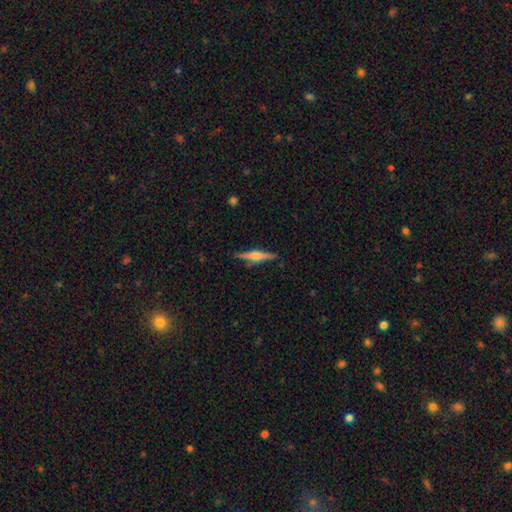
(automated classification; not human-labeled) This is likely a featured or disk galaxy (73%). It is clearly viewed edge-on (98%). Edge-on bulge: clearly rounded (81%). Merging: clearly none (88%).